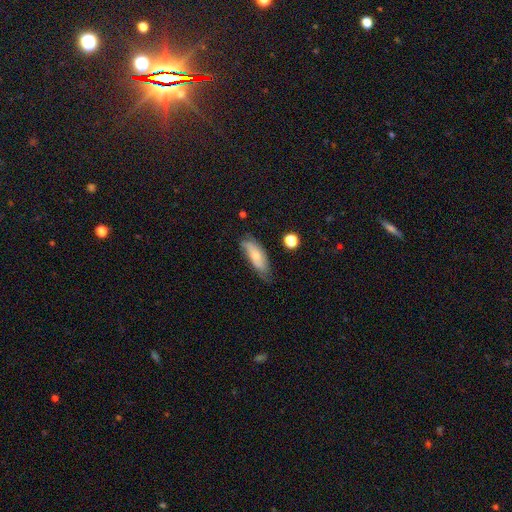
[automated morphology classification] This is likely a smooth galaxy (61%). How rounded: likely in between (68%). Merging: possibly none (59%).